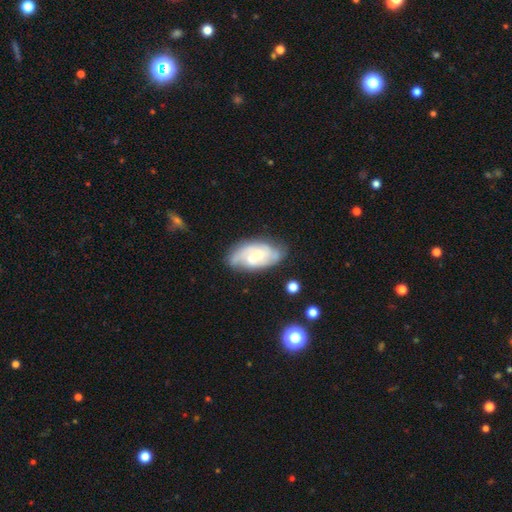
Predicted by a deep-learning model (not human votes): smooth_or_featured: featured or disk (p=0.68) [alt: smooth p=0.26]
disk_edge_on: no (p=0.95) [alt: yes p=0.05]
bar: weak (p=0.50) [alt: no p=0.31]
has_spiral_arms: yes (p=0.88) [alt: no p=0.12]
spiral_winding: medium (p=0.43) [alt: tight p=0.40]
spiral_arm_count: 2 (p=0.56) [alt: can't tell p=0.24]
bulge_size: small (p=0.32) [alt: moderate p=0.30]
merging: none (p=0.64) [alt: minor disturbance p=0.24]